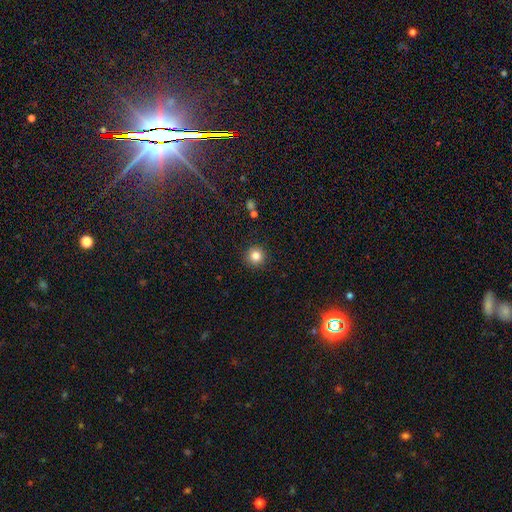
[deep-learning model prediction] Smooth or featured? smooth (82%)
How rounded? round (95%)
Merging? none (92%)